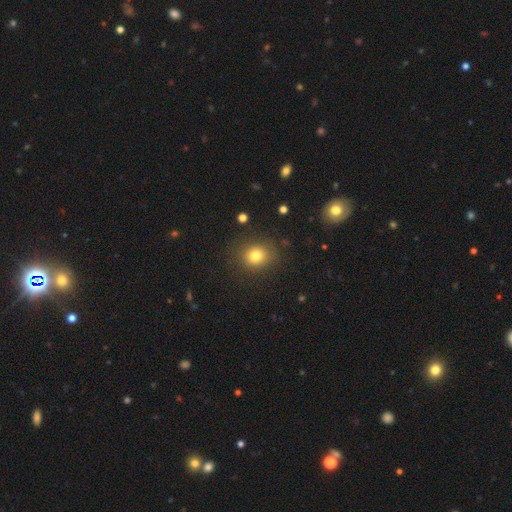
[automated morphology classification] A smooth galaxy with no disk features (79%) that is round (73%). Merging: none (84%).